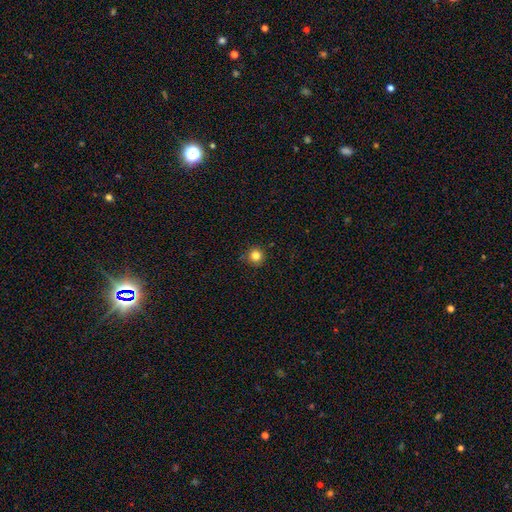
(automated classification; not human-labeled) Smooth or featured? smooth (83%)
How rounded? round (95%)
Merging? none (88%)